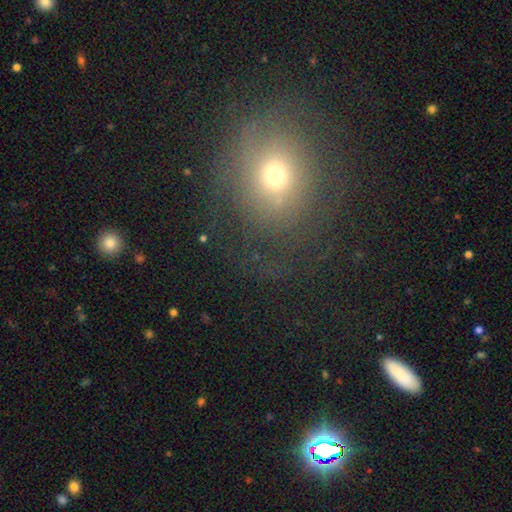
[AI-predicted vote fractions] smooth-or-featured: smooth: 53% | featured or disk: 25% | star or artifact: 22%
  how-rounded: round: 72% | in between: 27% | cigar-shaped: 1%
  merging: none: 72% | minor disturbance: 15% | major disturbance: 11% | merger: 2%